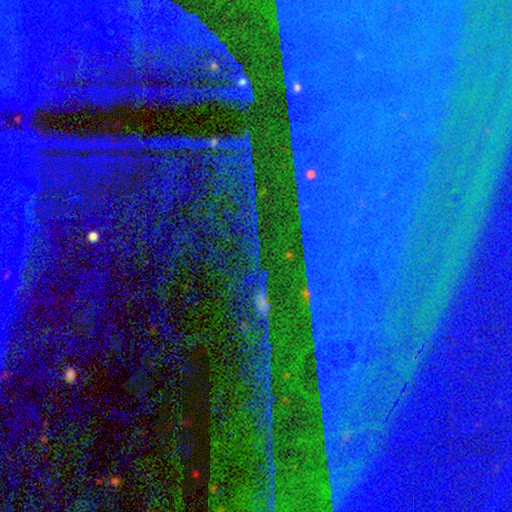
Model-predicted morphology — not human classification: Overall: star or artifact (88%).